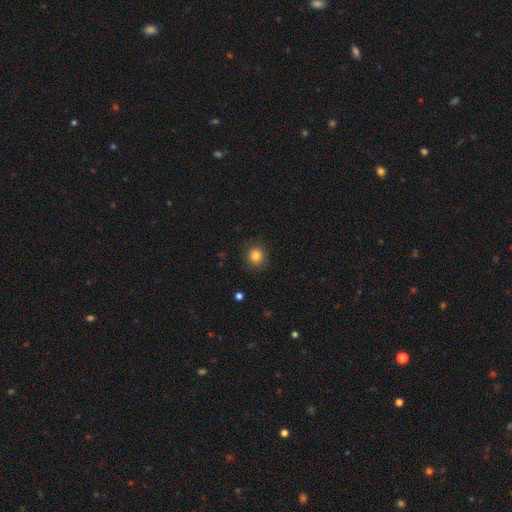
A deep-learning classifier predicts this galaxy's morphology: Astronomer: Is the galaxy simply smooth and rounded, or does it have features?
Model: smooth — 84%.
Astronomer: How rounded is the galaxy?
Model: round — 89%.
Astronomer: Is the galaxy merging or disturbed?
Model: none — 88%.